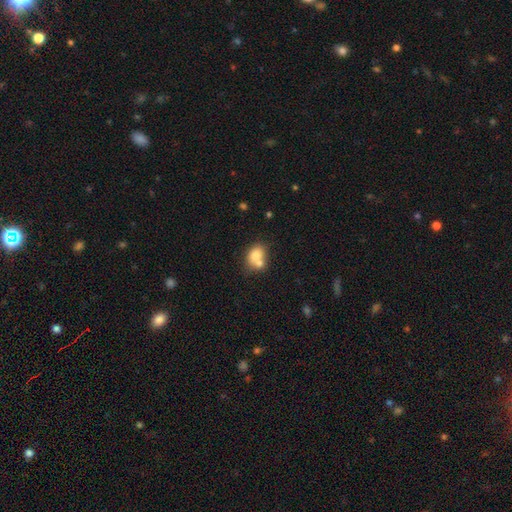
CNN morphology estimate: smooth_or_featured: smooth (p=0.74) [alt: featured or disk p=0.17]
how_rounded: in between (p=0.56) [alt: round p=0.43]
merging: merger (p=0.51) [alt: none p=0.35]